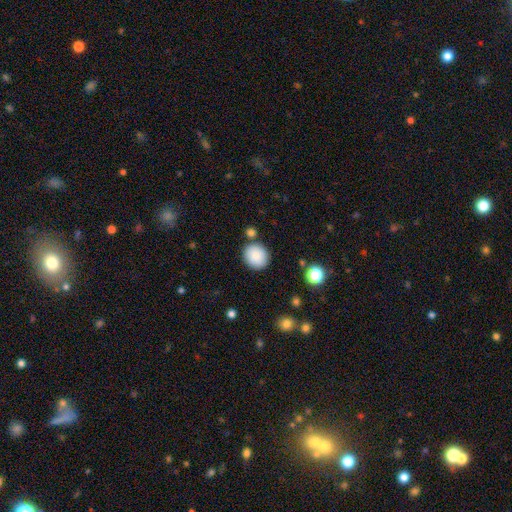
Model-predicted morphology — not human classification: Q: Smooth or featured?
A: smooth (87%); runner-up: star or artifact (8%)
Q: How rounded?
A: round (84%); runner-up: in between (15%)
Q: Merging?
A: none (82%); runner-up: minor disturbance (9%)